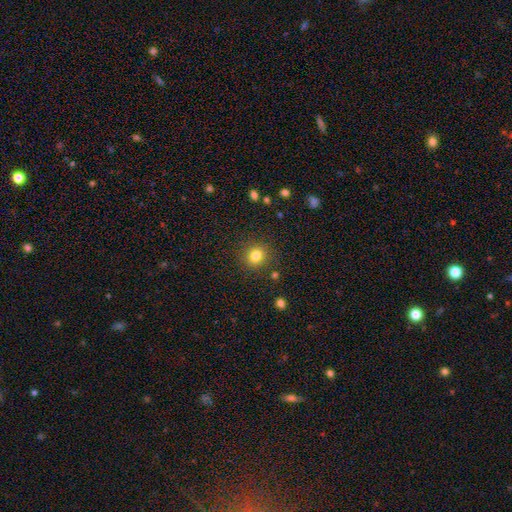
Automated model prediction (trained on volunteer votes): This appears to be a smooth galaxy with no disk features (80%) that is round (84%). Merging: none (88%).